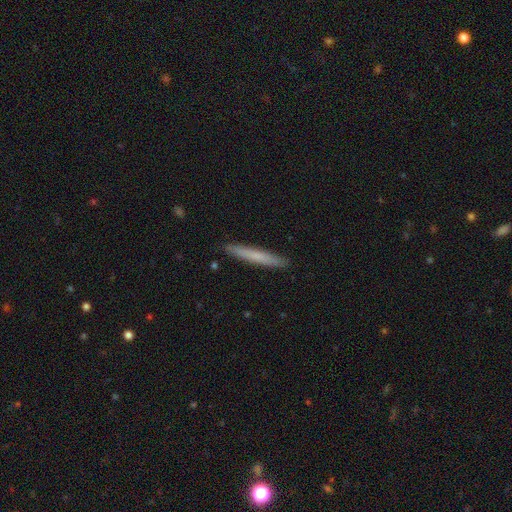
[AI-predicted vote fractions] A smooth galaxy with no disk features (67%) that is cigar-shaped (96%).

Vote fractions:
- Smooth or featured? smooth: 67% / featured or disk: 27% / star or artifact: 6%
- How rounded? cigar-shaped: 96% / in between: 3% / round: 1%
- Merging? none: 91% / minor disturbance: 6% / major disturbance: 1% / merger: 1%